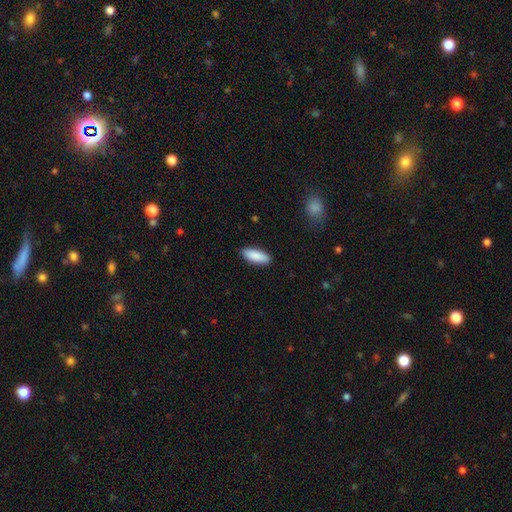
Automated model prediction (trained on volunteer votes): Overall: smooth (89%). How rounded: in between (74%). Merging: none (88%).